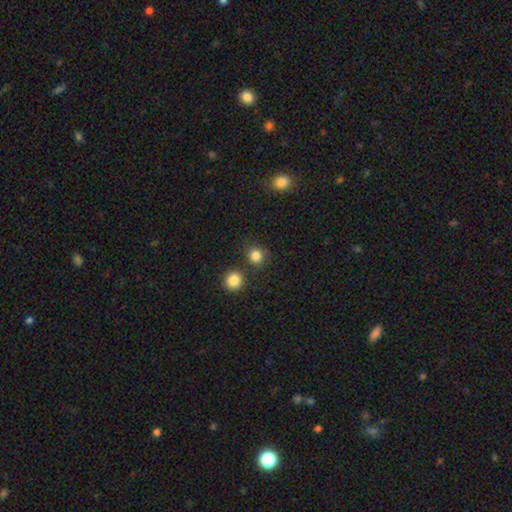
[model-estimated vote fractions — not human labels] Smooth or featured: smooth — 83% (star or artifact — 12%)
How rounded: round — 81% (in between — 18%)
Merging: none — 78% (minor disturbance — 10%)